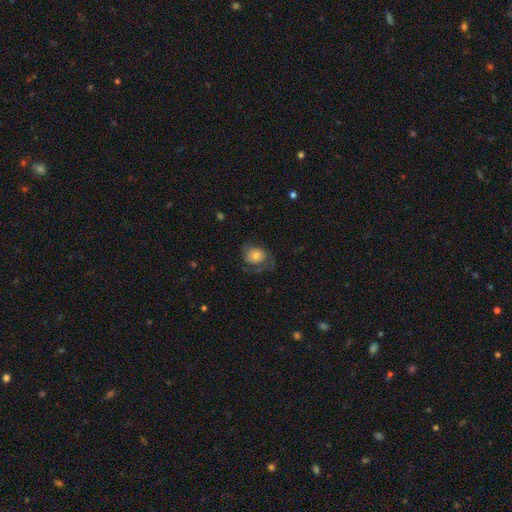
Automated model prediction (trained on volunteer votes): A smooth galaxy with no disk features (49%).

Vote fractions:
- Smooth or featured? smooth: 49% / featured or disk: 43% / star or artifact: 8%
- Merging? none: 54% / major disturbance: 23% / minor disturbance: 21% / merger: 1%